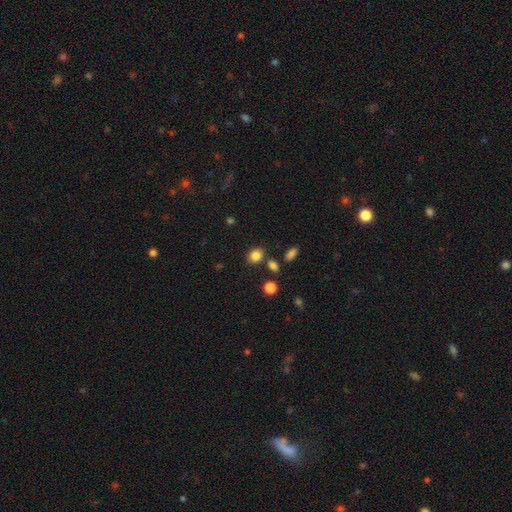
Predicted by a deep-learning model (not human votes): Smooth or featured? Predicted: smooth (p=0.83). How rounded? Predicted: round (p=0.54). Merging? Predicted: none (p=0.77).